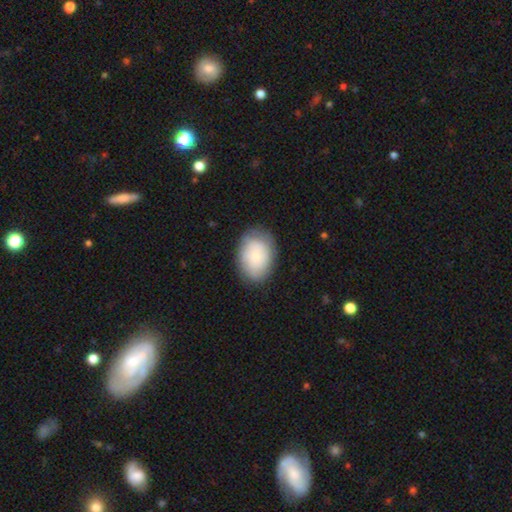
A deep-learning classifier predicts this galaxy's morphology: Overall: smooth (69%). How rounded: in between (78%). Merging: none (78%).